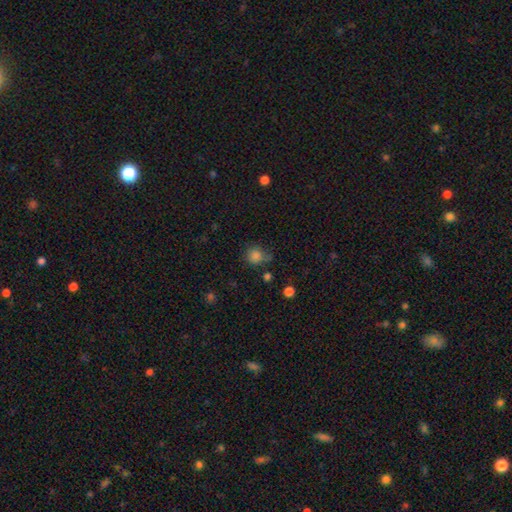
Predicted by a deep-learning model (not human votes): A smooth galaxy with no disk features (80%) that is round (85%).

Vote fractions:
- Smooth or featured? smooth: 80% / star or artifact: 14% / featured or disk: 6%
- How rounded? round: 85% / in between: 14% / cigar-shaped: 1%
- Merging? none: 65% / minor disturbance: 22% / major disturbance: 7% / merger: 6%